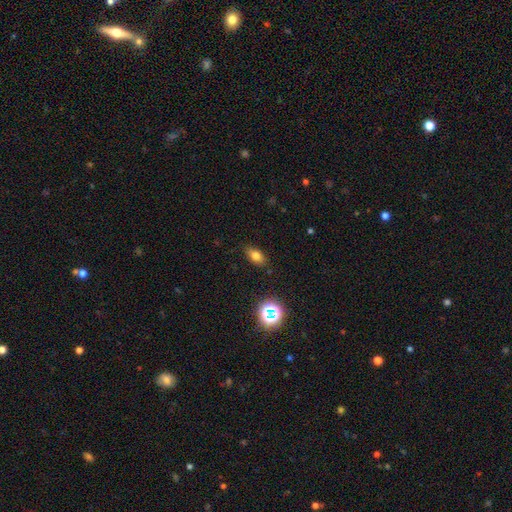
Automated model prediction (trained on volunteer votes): smooth 75%, star or artifact 15%, featured or disk 11%. Down the decision tree: how rounded — in between (84%); merging — none (85%).